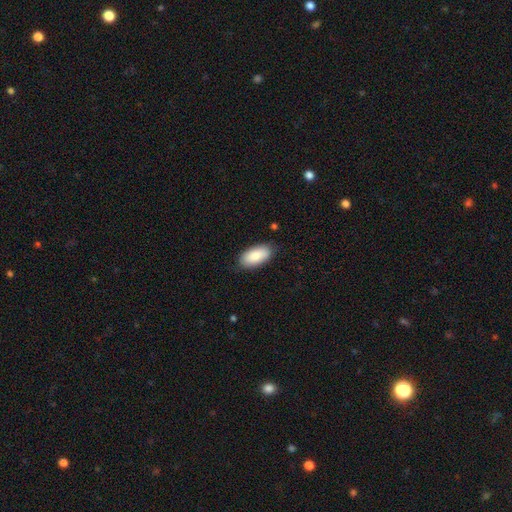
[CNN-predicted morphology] A smooth galaxy with no disk features (85%) that is in between round and cigar-shaped (93%). Merging: none (83%).